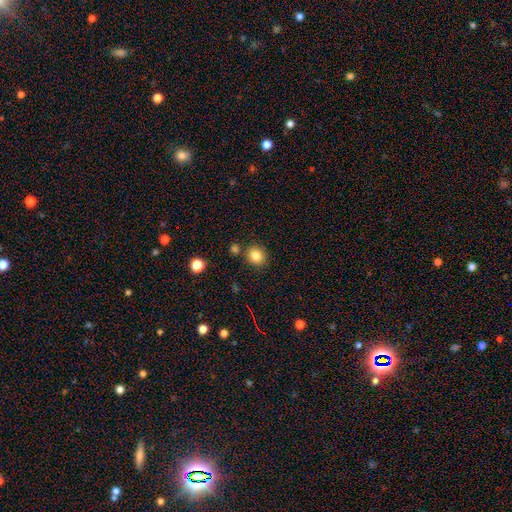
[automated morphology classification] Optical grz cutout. It shows a smooth galaxy with no disk features (83%) that is round (84%). Merging: none (82%).